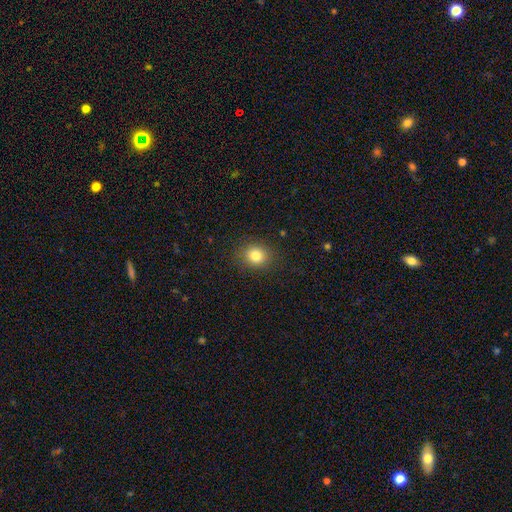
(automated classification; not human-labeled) This is clearly a smooth galaxy (81%). How rounded: likely round (73%). Merging: clearly none (87%).